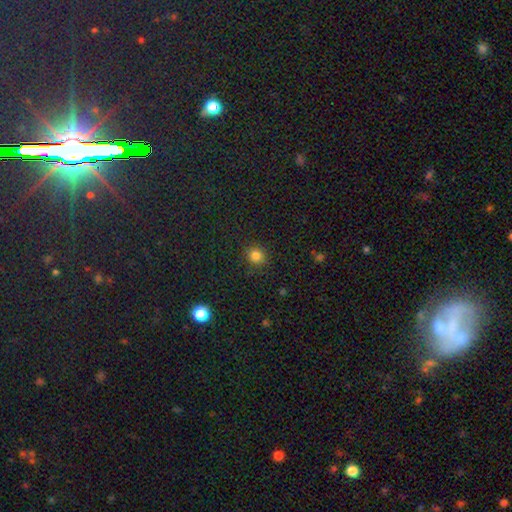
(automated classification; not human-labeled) smooth_or_featured: smooth (p=0.81) [alt: star or artifact p=0.15]
how_rounded: round (p=0.89) [alt: in between p=0.10]
merging: none (p=0.88) [alt: minor disturbance p=0.08]